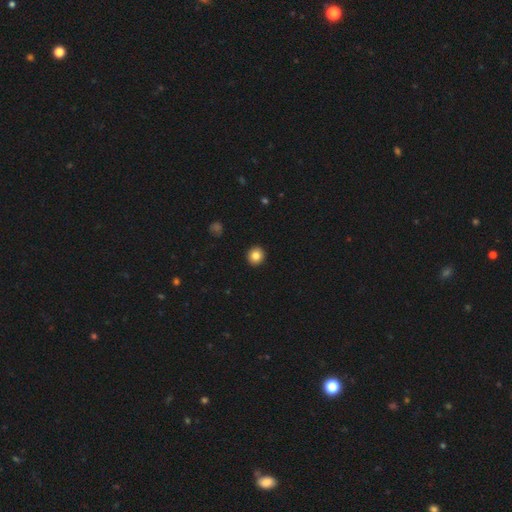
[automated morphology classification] Smooth or featured?
  - smooth: 84% *
  - star or artifact: 10%
  - featured or disk: 6%
How rounded?
  - round: 91% *
  - in between: 8%
  - cigar-shaped: 1%
Merging?
  - none: 93% *
  - minor disturbance: 4%
  - major disturbance: 1%
  - merger: 1%